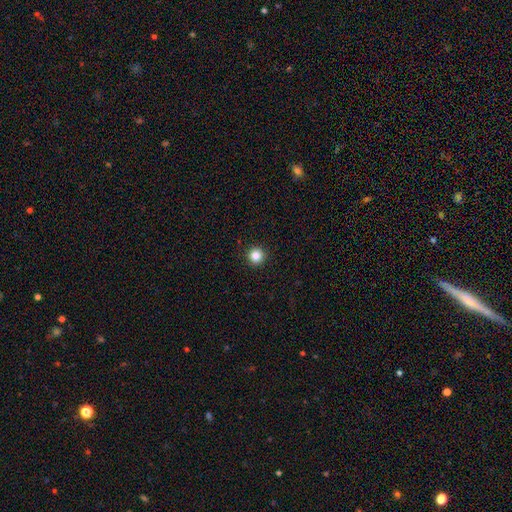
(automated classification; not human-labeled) This appears to be a smooth galaxy with no disk features (85%) that is round (96%). Merging: none (94%).